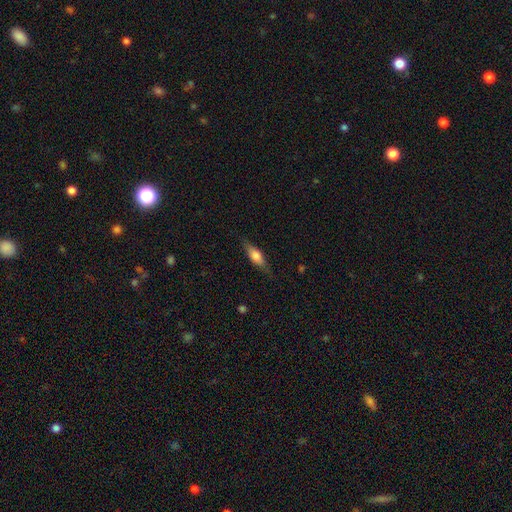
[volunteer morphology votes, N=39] This is possibly a featured or disk galaxy (51%). It is clearly viewed edge-on (95%). Edge-on bulge: clearly rounded (89%). Merging: clearly none (90%).